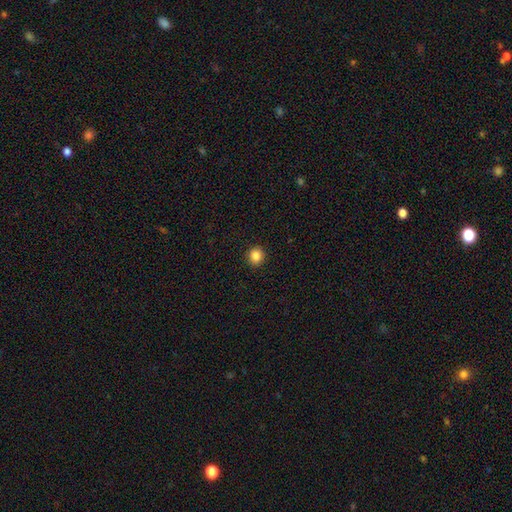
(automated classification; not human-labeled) Overall: smooth (85%). How rounded: round (88%). Merging: none (92%).